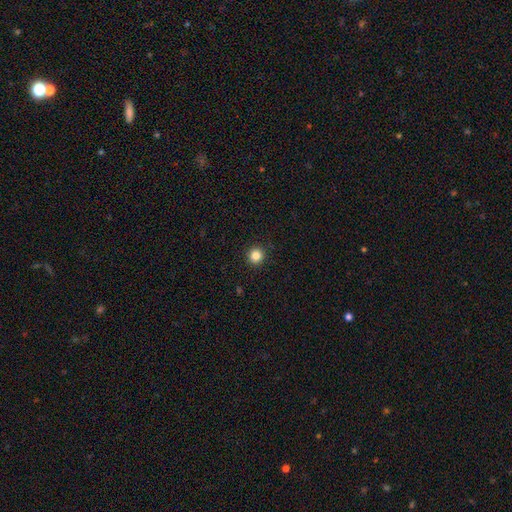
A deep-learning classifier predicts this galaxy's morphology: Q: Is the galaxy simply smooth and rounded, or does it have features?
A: smooth — 84%.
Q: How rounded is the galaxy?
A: round — 95%.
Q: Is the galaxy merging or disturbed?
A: none — 93%.